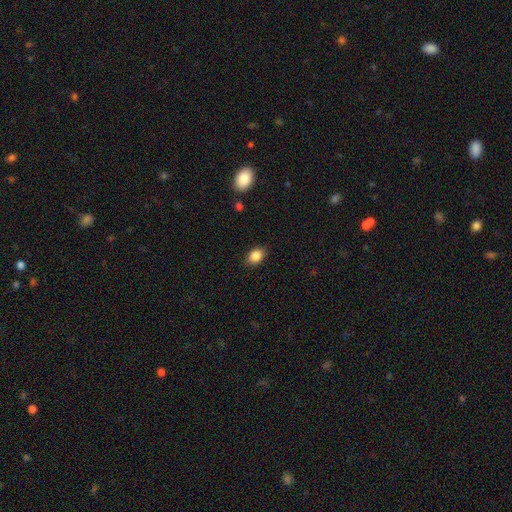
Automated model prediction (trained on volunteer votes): smooth_or_featured: smooth (p=0.86) [alt: star or artifact p=0.09]
how_rounded: in between (p=0.73) [alt: round p=0.25]
merging: none (p=0.86) [alt: minor disturbance p=0.11]